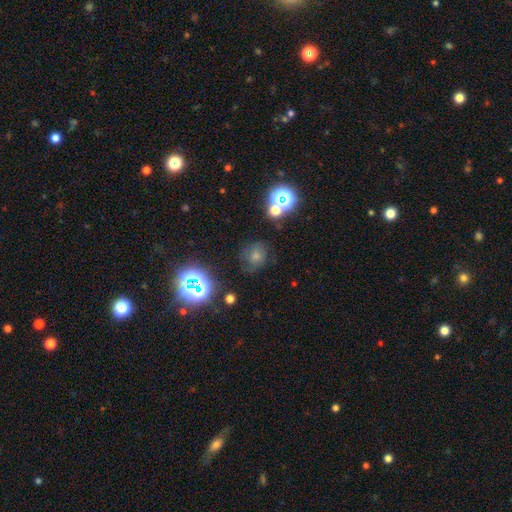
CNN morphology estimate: smooth-or-featured: smooth: 54% | star or artifact: 26% | featured or disk: 19%
  how-rounded: round: 66% | in between: 32% | cigar-shaped: 1%
  merging: none: 62% | minor disturbance: 22% | major disturbance: 12% | merger: 4%